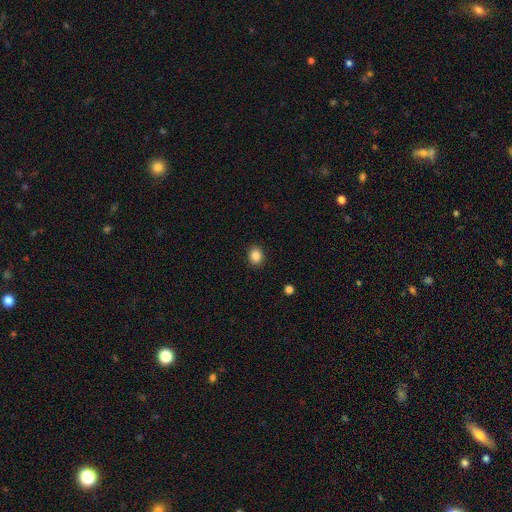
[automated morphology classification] This appears to be a smooth galaxy with no disk features (86%) that is round (58%). Merging: none (90%).